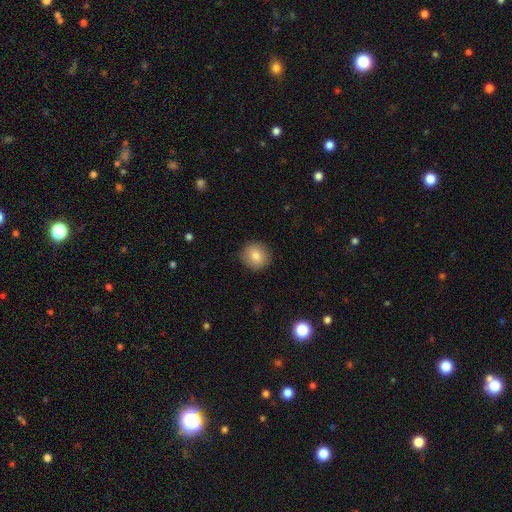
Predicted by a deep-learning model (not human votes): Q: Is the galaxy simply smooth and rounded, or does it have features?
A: smooth — 85%.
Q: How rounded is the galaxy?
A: round — 91%.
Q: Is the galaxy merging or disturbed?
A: none — 90%.